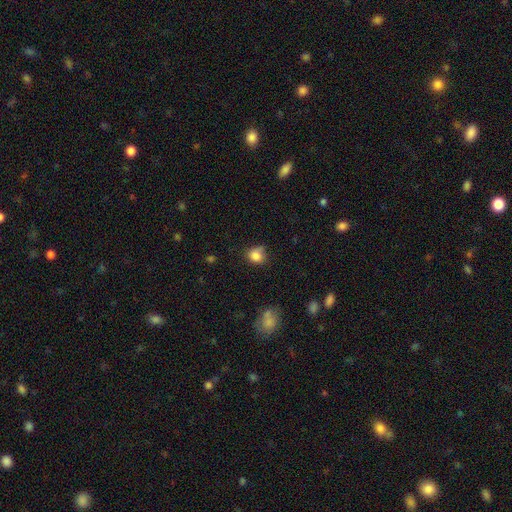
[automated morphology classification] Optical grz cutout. It shows a smooth galaxy with no disk features (83%) that is round (69%). Merging: none (59%).